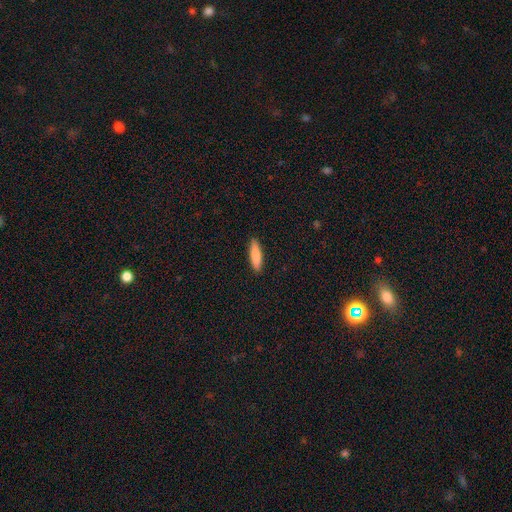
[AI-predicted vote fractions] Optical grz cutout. It shows a smooth galaxy with no disk features (83%) that is cigar-shaped (70%). Merging: none (91%).